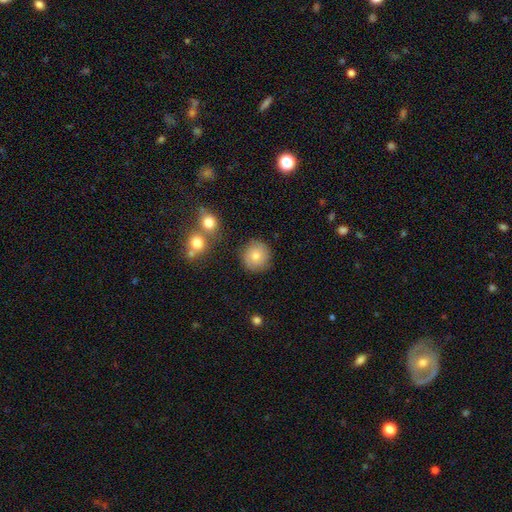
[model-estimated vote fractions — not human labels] This is likely a smooth galaxy (74%). How rounded: clearly round (93%). Merging: clearly none (84%).